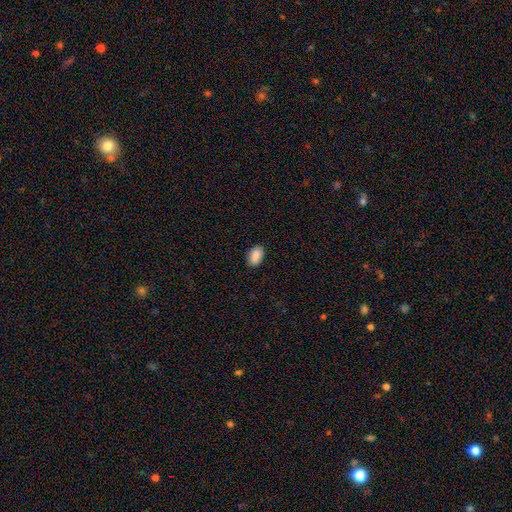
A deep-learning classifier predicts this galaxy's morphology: A smooth galaxy with no disk features (90%) that is in between round and cigar-shaped (91%). Merging: none (88%).